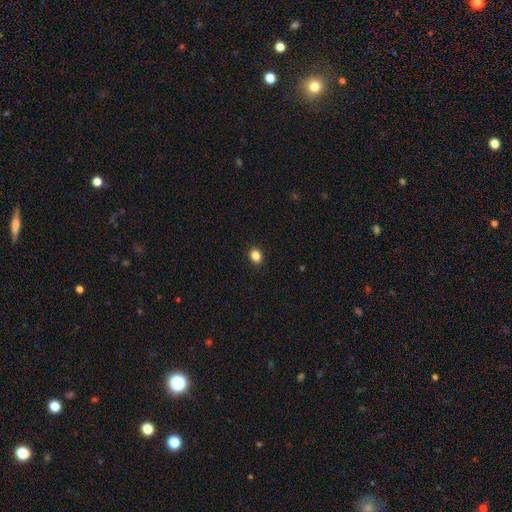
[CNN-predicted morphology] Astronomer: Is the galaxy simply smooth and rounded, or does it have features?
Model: smooth — 86%.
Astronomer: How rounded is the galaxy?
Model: round — 50% (runner-up: in between, 49%).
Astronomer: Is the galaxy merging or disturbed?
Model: none — 91%.